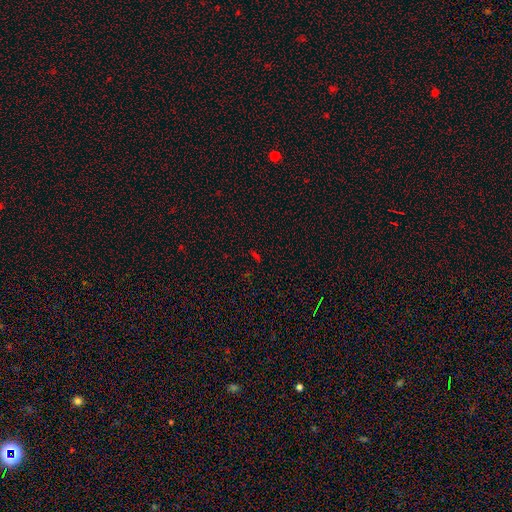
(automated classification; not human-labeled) This is possibly a star or artifact rather than a galaxy (58%).